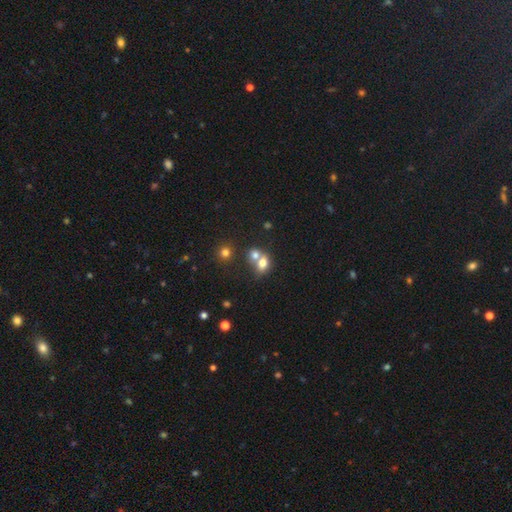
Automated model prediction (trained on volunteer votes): This is likely a smooth galaxy (63%). How rounded: likely round (64%). Merging: possibly merger (51%).